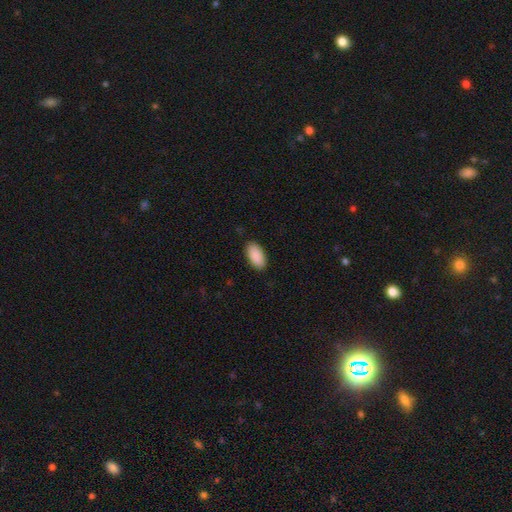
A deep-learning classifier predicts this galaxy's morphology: Smooth or featured: smooth — 91% (star or artifact — 6%)
How rounded: in between — 94% (cigar-shaped — 4%)
Merging: none — 88% (minor disturbance — 9%)